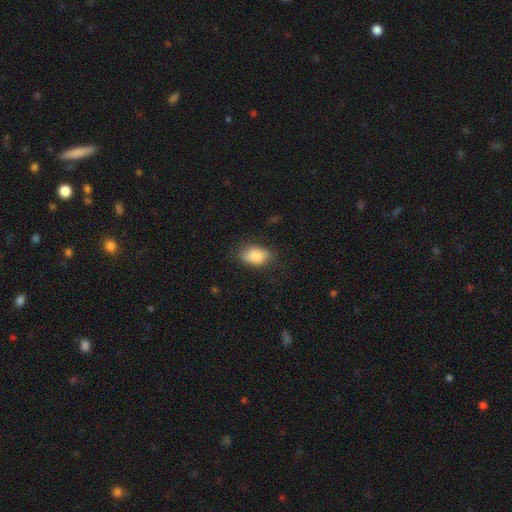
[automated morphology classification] type=smooth (85%); roundness=in between (86%); merging=none (75%).